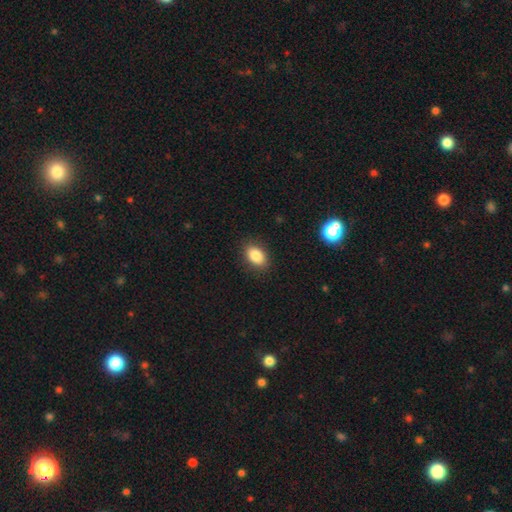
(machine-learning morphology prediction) A smooth galaxy with no disk features (86%) that is in between round and cigar-shaped (86%). Merging: none (88%).